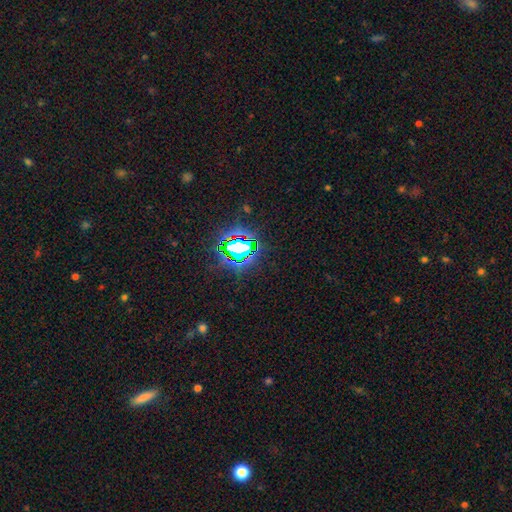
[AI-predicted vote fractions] smooth_or_featured: star or artifact (p=0.81) [alt: smooth p=0.11]